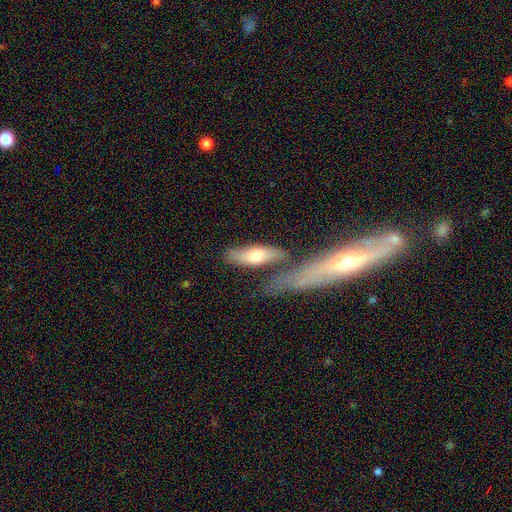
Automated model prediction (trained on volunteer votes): Overall: smooth (61%; featured or disk 33%). How rounded: in between (52%; cigar-shaped 46%). Merging: none (55%; merger 24%).